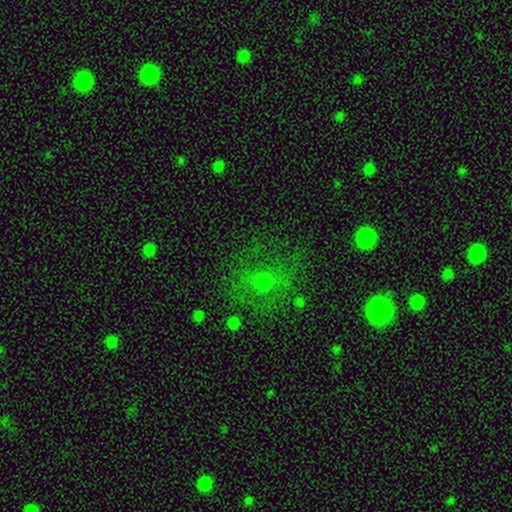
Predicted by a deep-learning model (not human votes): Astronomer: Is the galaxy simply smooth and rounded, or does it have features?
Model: star or artifact — 44% (runner-up: smooth, 39%).